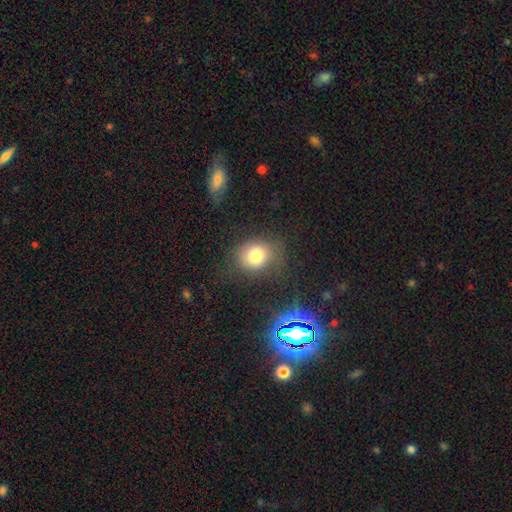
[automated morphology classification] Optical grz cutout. It shows a smooth galaxy with no disk features (76%) that is round (66%). Merging: none (69%).